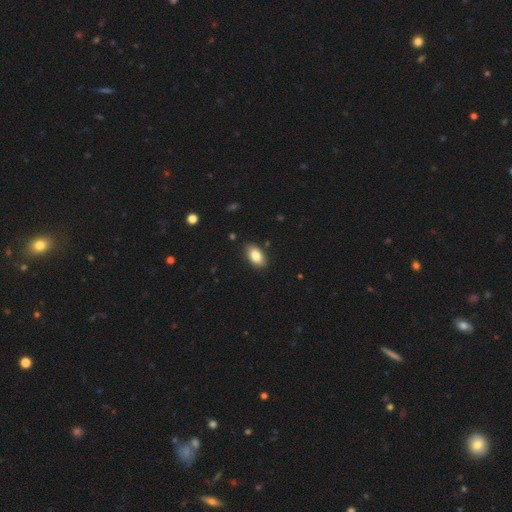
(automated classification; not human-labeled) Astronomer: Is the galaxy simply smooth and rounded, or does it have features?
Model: smooth — 84%.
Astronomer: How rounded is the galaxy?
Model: in between — 93%.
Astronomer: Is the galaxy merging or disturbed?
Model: none — 88%.